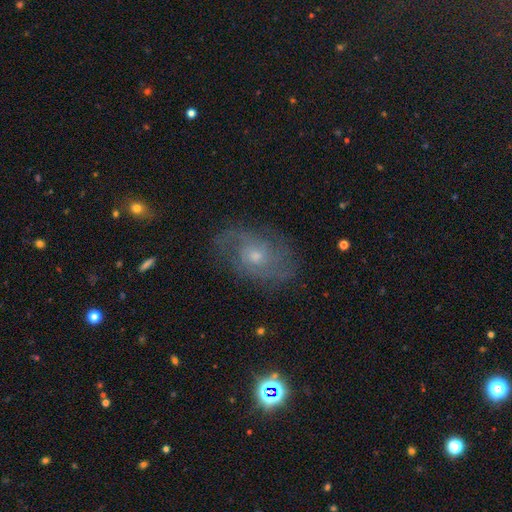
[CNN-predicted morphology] type=featured or disk (75%); edge-on=no (96%); bar=no (74%); spiral arms=yes (90%); winding=medium (43%); arm count=2 (49%); bulge=small (52%); merging=none (73%).